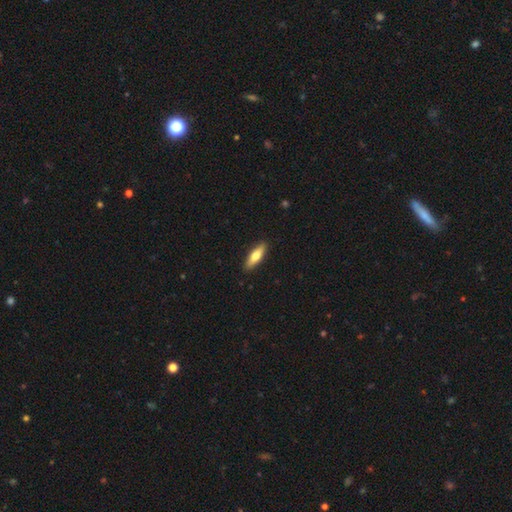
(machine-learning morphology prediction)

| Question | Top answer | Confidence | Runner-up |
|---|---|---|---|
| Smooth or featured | smooth | 67% | featured or disk (28%) |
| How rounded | cigar-shaped | 54% | in between (44%) |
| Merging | none | 90% | minor disturbance (7%) |